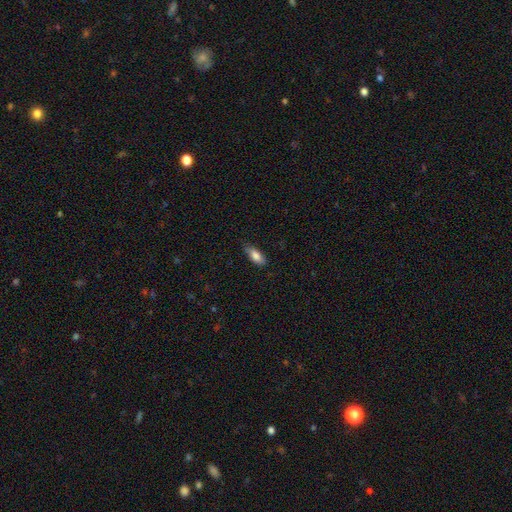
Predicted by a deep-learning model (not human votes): Morphology: type=smooth (82%); roundness=in between (77%); merging=none (79%).